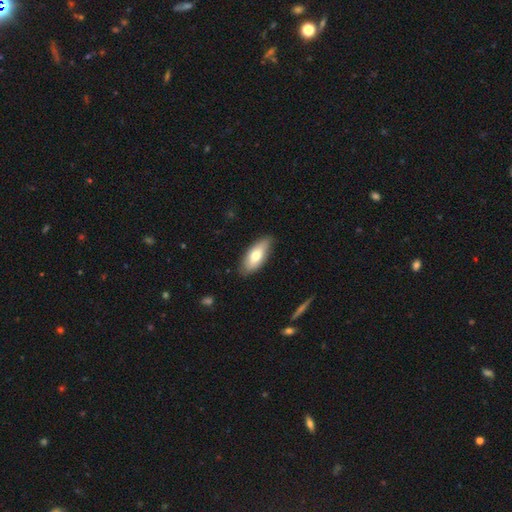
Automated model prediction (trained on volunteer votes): A smooth galaxy with no disk features (71%) that is in between round and cigar-shaped (84%).

Vote fractions:
- Smooth or featured? smooth: 71% / featured or disk: 23% / star or artifact: 6%
- How rounded? in between: 84% / cigar-shaped: 14% / round: 2%
- Merging? none: 81% / minor disturbance: 15% / major disturbance: 2% / merger: 1%